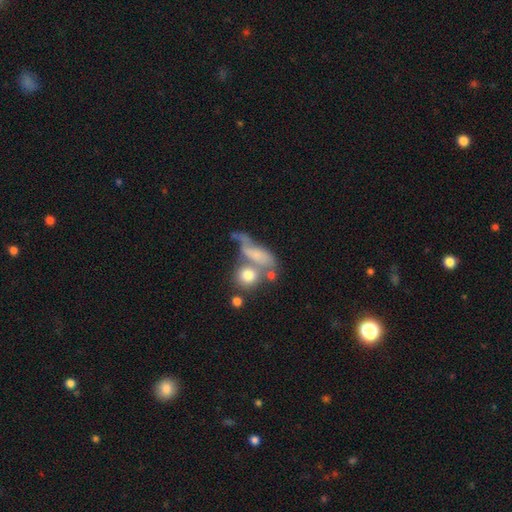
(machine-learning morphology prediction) type=smooth (49%); merging=merger (36%).